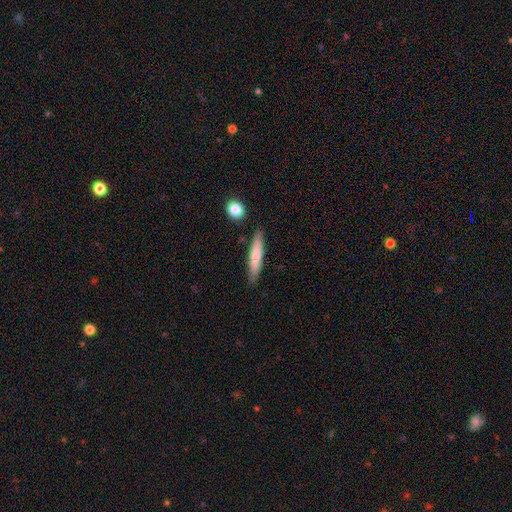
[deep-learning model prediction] Smooth or featured? Predicted: smooth (p=0.71). How rounded? Predicted: cigar-shaped (p=0.90). Merging? Predicted: none (p=0.83).